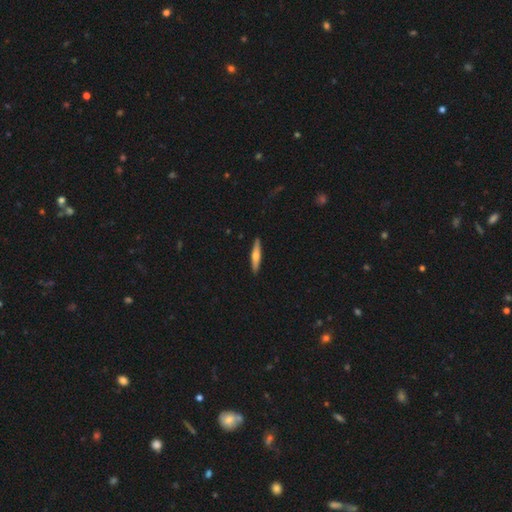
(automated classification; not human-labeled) Morphology: type=smooth (50%); merging=none (90%).